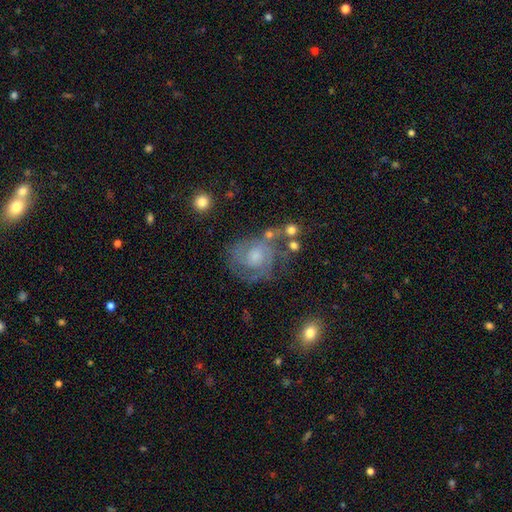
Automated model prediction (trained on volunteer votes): Overall: featured or disk (75%). Edge-on disk: no (98%). Bar: no (69%). Spiral arms: yes (90%). Spiral arm count: 2 (36%; can't tell 29%). Spiral winding: tight (55%; medium 35%). Bulge size: moderate (45%; small 39%). Merging: none (55%; minor disturbance 21%).